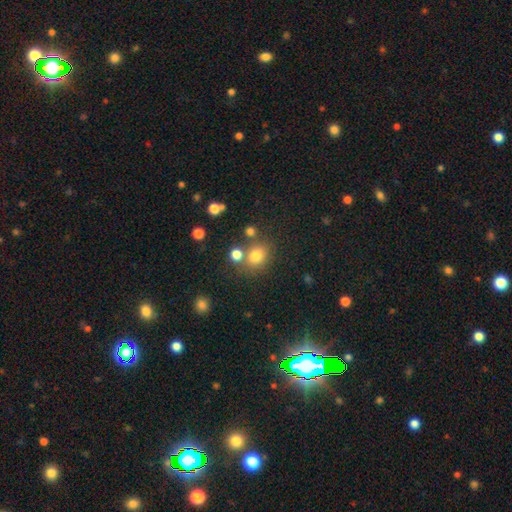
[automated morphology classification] smooth_or_featured: smooth (p=0.76) [alt: star or artifact p=0.16]
how_rounded: round (p=0.67) [alt: in between p=0.32]
merging: none (p=0.69) [alt: merger p=0.15]